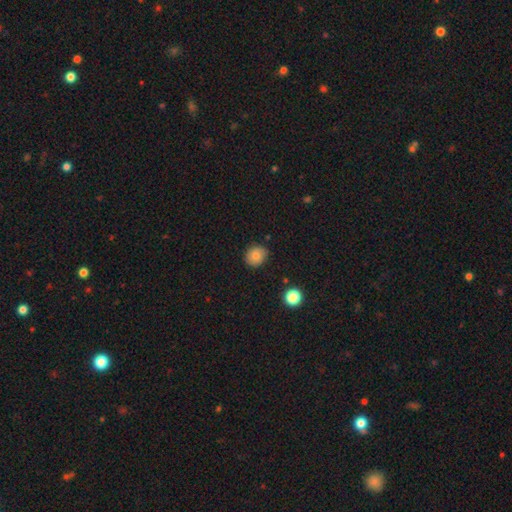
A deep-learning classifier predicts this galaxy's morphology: Smooth or featured?
  - smooth: 80% *
  - star or artifact: 10%
  - featured or disk: 10%
How rounded?
  - round: 74% *
  - in between: 25%
  - cigar-shaped: 1%
Merging?
  - none: 82% *
  - minor disturbance: 14%
  - major disturbance: 3%
  - merger: 1%